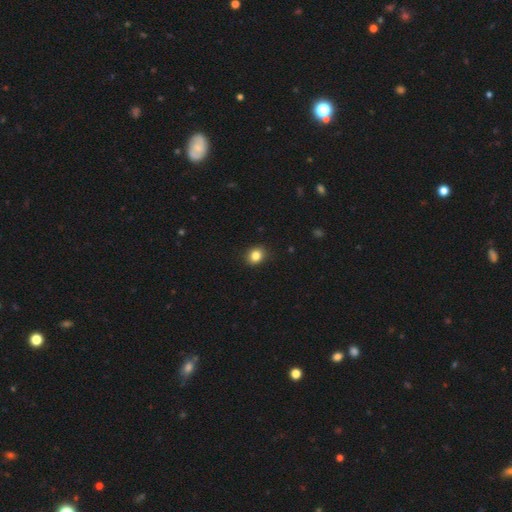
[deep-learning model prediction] This appears to be a smooth galaxy with no disk features (84%) that is round (61%). Merging: none (88%).